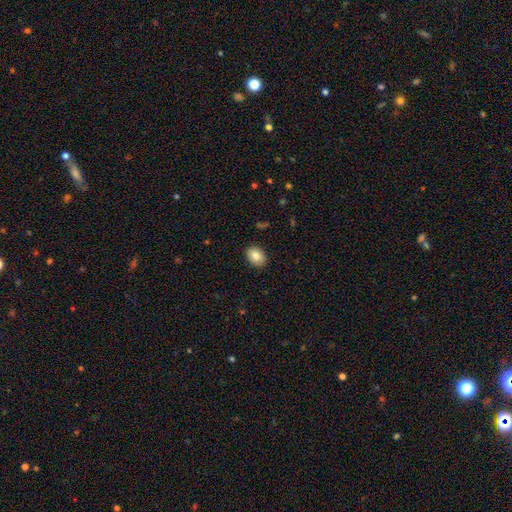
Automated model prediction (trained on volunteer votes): smooth-or-featured: smooth: 84% | featured or disk: 8% | star or artifact: 8%
  how-rounded: in between: 68% | round: 31% | cigar-shaped: 1%
  merging: none: 89% | minor disturbance: 8% | major disturbance: 2% | merger: 1%